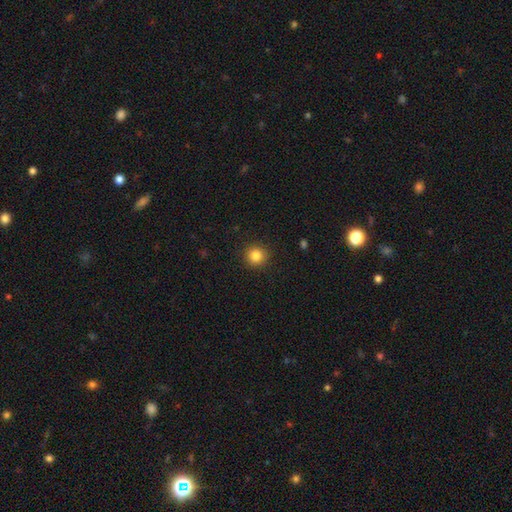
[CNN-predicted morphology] smooth_or_featured: smooth (p=0.85) [alt: star or artifact p=0.11]
how_rounded: round (p=0.92) [alt: in between p=0.07]
merging: none (p=0.91) [alt: minor disturbance p=0.06]